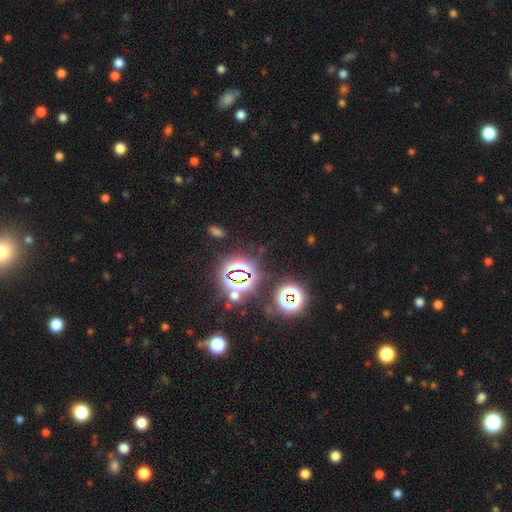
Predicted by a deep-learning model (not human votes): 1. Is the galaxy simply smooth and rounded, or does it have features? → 79% star or artifact, 12% smooth, 8% featured or disk.